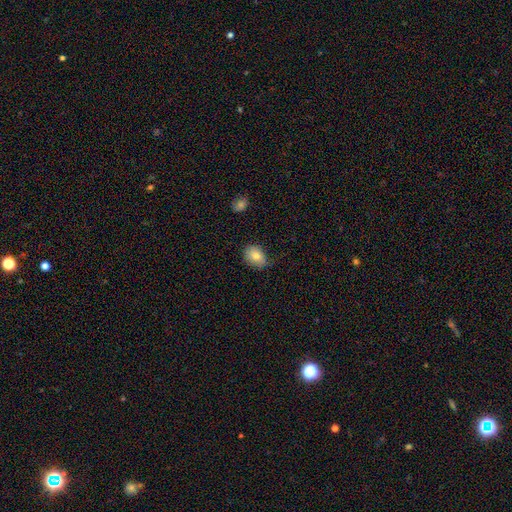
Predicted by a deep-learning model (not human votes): A smooth galaxy with no disk features (81%) that is in between round and cigar-shaped (66%). Merging: none (64%).